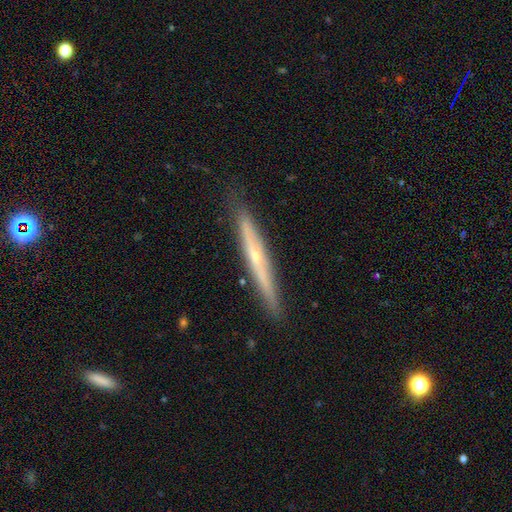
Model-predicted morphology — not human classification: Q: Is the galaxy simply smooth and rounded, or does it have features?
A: featured or disk — 66%.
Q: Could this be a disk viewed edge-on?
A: yes — 95%.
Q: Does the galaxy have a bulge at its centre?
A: rounded — 68%.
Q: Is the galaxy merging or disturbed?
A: none — 87%.